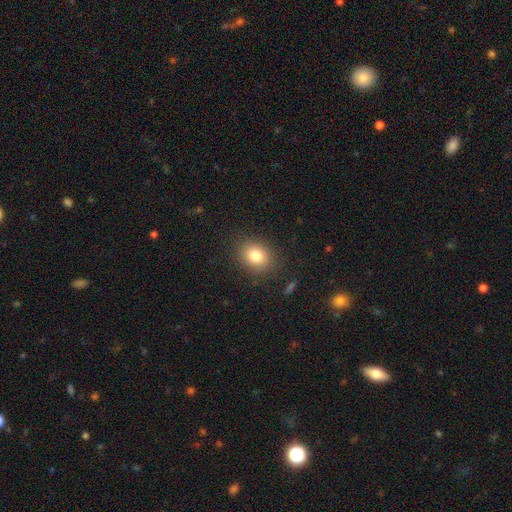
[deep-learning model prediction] This is clearly a smooth galaxy (81%). How rounded: possibly in between (51%). Merging: clearly none (86%).